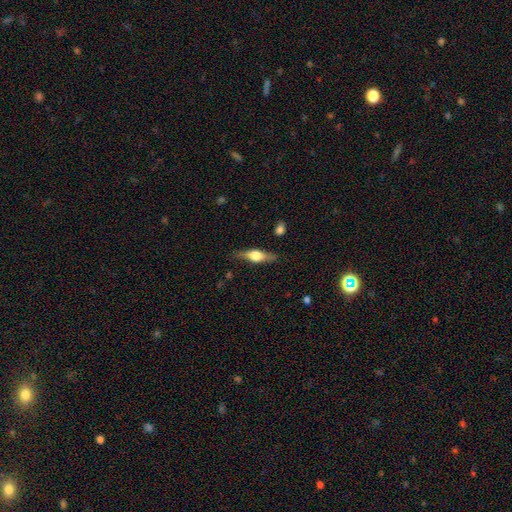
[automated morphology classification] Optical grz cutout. It shows a featured or disk galaxy (56%) viewed edge-on (93%) with a rounded central bulge (91%). Merging: none (81%).